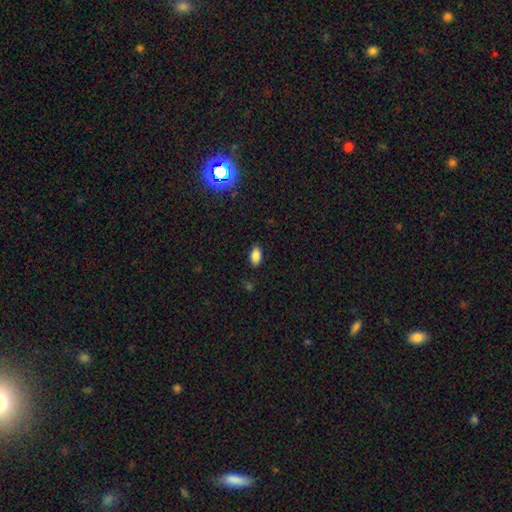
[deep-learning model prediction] Smooth or featured: smooth — 86% (star or artifact — 9%)
How rounded: in between — 92% (round — 4%)
Merging: none — 87% (minor disturbance — 10%)